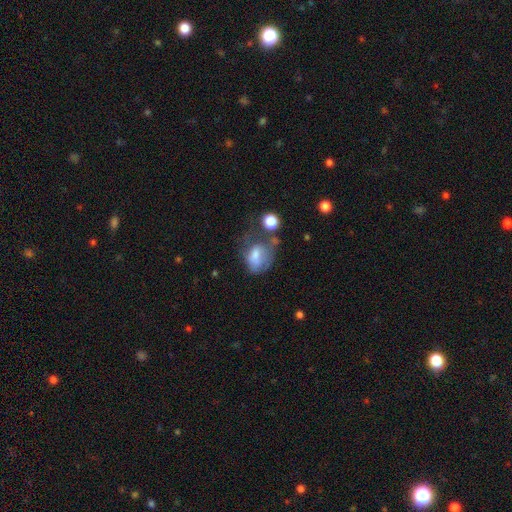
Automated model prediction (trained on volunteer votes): Q: Smooth or featured?
A: smooth (64%); runner-up: featured or disk (25%)
Q: How rounded?
A: in between (66%); runner-up: round (33%)
Q: Merging?
A: major disturbance (36%); runner-up: minor disturbance (26%)